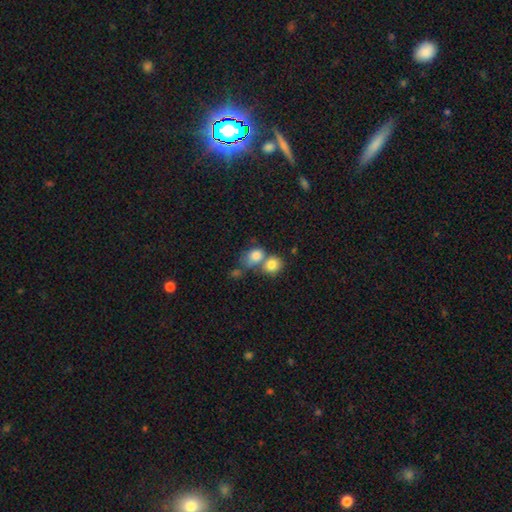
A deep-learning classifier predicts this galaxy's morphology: Q: Smooth or featured?
A: smooth (79%); runner-up: featured or disk (11%)
Q: How rounded?
A: round (51%); runner-up: in between (48%)
Q: Merging?
A: merger (54%); runner-up: none (31%)